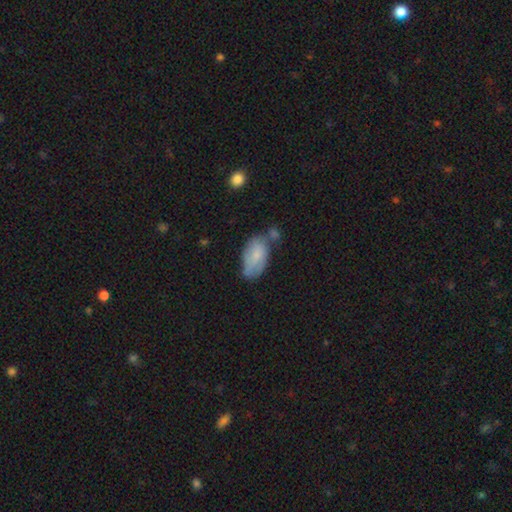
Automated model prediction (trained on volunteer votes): Overall: smooth (67%). How rounded: in between (93%). Merging: none (41%; minor disturbance 32%).